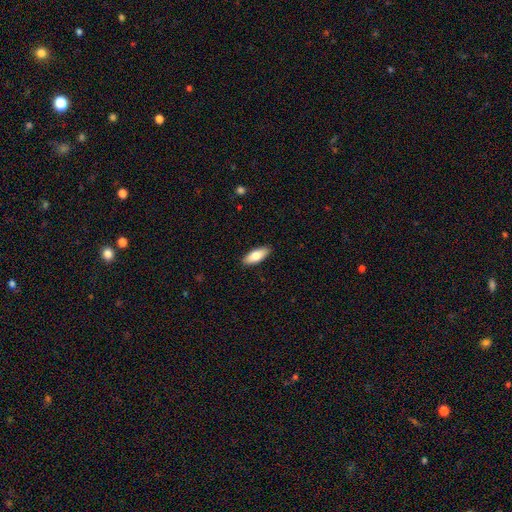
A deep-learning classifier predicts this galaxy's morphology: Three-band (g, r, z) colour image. It shows a smooth galaxy with no disk features (78%) that is in between round and cigar-shaped (72%). Merging: none (89%).